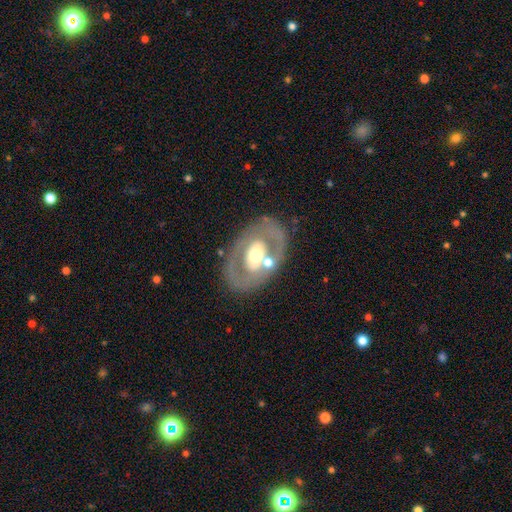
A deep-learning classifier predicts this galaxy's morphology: Smooth or featured? Predicted: featured or disk (p=0.65). Edge-on disk? Predicted: no (p=0.92). Bar? Predicted: no (p=0.72). Spiral arms? Predicted: no (p=0.83). Bulge size? Predicted: moderate (p=0.66). Merging? Predicted: none (p=0.70).